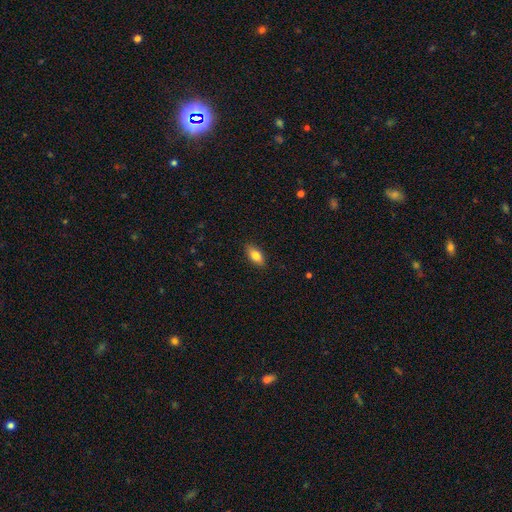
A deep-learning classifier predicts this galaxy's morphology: smooth 82%, featured or disk 11%, star or artifact 7%. Down the decision tree: how rounded — in between (88%); merging — none (87%).